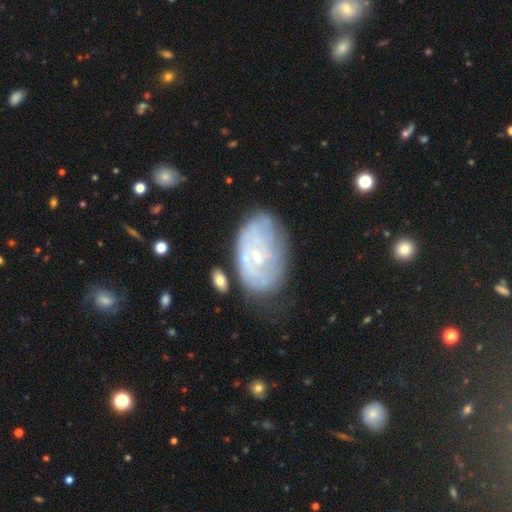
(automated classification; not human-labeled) featured or disk 69%, smooth 23%, star or artifact 8%. Down the decision tree: edge-on disk — no (96%); bar — no (69%); spiral arms — yes (65%); bulge size — small (72%); merging — none (54%).